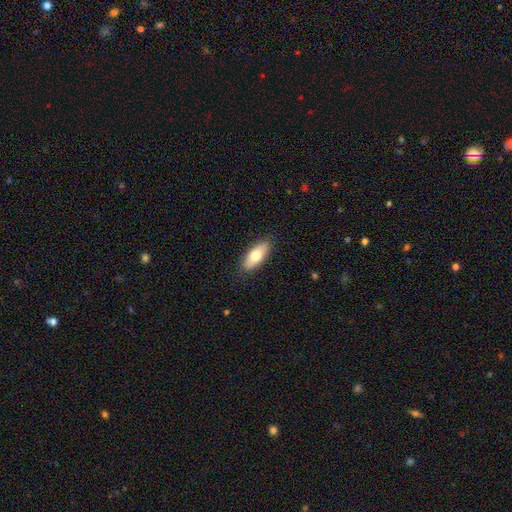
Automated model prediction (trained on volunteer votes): Morphology: type=smooth (74%); roundness=in between (76%); merging=none (88%).